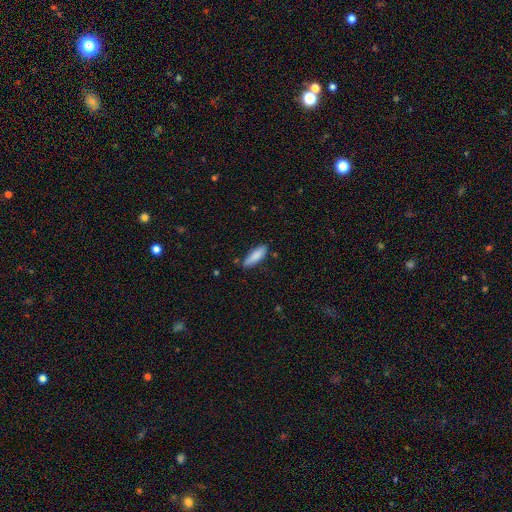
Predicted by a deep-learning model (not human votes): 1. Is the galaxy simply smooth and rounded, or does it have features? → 85% smooth, 9% featured or disk, 6% star or artifact.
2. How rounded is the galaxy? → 50% cigar-shaped, 49% in between, 2% round.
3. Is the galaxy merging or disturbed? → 77% none, 18% minor disturbance, 3% major disturbance, 3% merger.